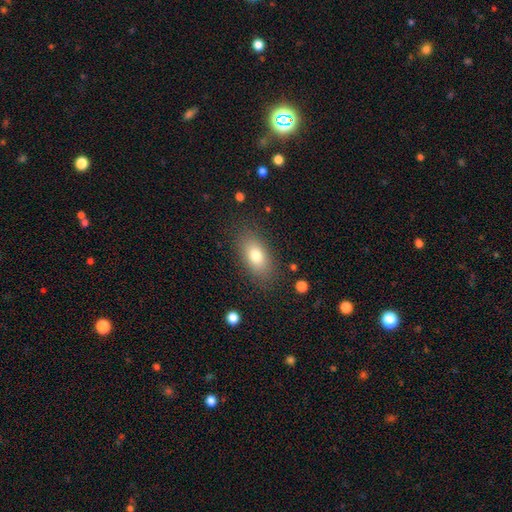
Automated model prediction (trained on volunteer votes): This appears to be a smooth galaxy with no disk features (78%) that is in between round and cigar-shaped (88%). Merging: none (83%).